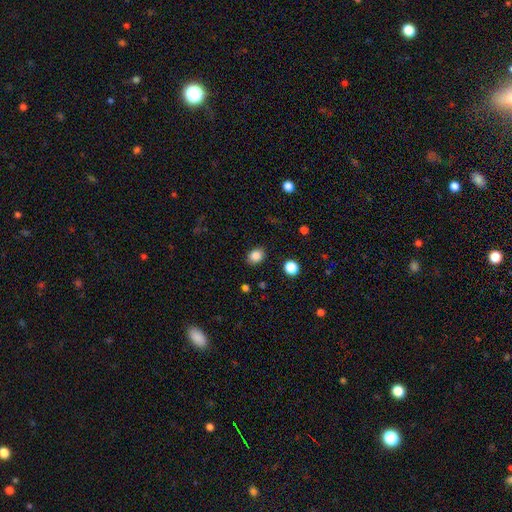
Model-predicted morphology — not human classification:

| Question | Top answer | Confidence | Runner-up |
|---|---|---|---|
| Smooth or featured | smooth | 86% | star or artifact (10%) |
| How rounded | in between | 54% | round (45%) |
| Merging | none | 87% | minor disturbance (8%) |